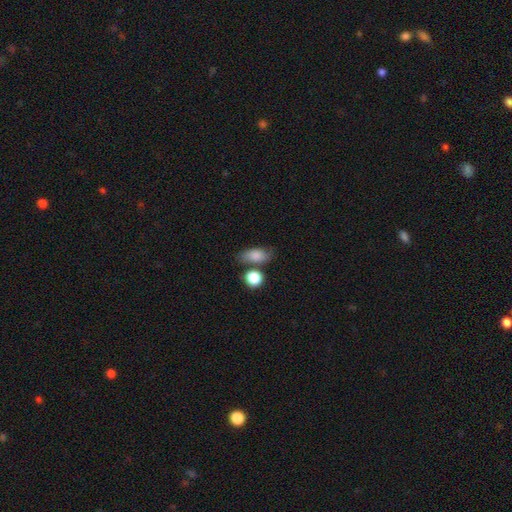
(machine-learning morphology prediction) Smooth or featured?
  - smooth: 81% *
  - featured or disk: 11%
  - star or artifact: 8%
How rounded?
  - in between: 78% *
  - round: 15%
  - cigar-shaped: 7%
Merging?
  - none: 60% *
  - minor disturbance: 18%
  - merger: 16%
  - major disturbance: 6%